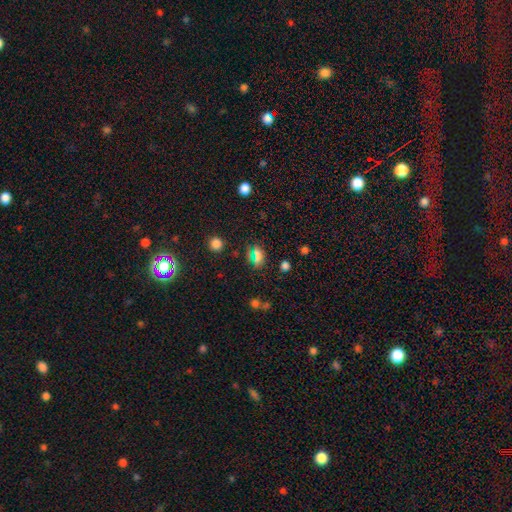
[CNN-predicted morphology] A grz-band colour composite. It shows a smooth galaxy with no disk features (56%) that is in between round and cigar-shaped (52%). Merging: none (78%).